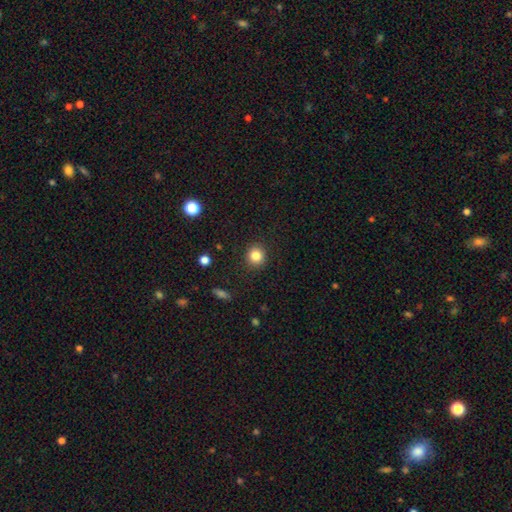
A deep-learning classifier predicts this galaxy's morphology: Smooth or featured?
  - smooth: 83% *
  - star or artifact: 11%
  - featured or disk: 6%
How rounded?
  - round: 87% *
  - in between: 12%
  - cigar-shaped: 1%
Merging?
  - none: 91% *
  - minor disturbance: 6%
  - major disturbance: 2%
  - merger: 1%